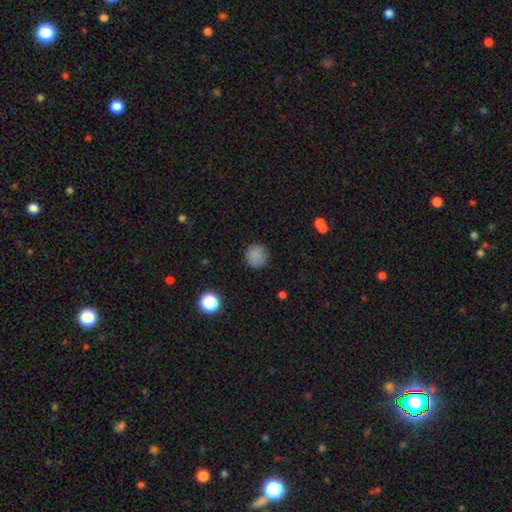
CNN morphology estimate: Q: Smooth or featured?
A: smooth (84%); runner-up: star or artifact (11%)
Q: How rounded?
A: round (93%); runner-up: in between (6%)
Q: Merging?
A: none (88%); runner-up: minor disturbance (8%)